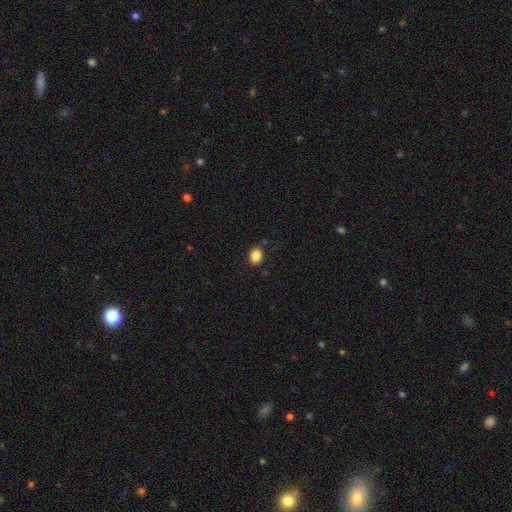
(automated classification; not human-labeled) smooth 87%, star or artifact 10%, featured or disk 4%. Down the decision tree: how rounded — in between (53%); merging — none (85%).